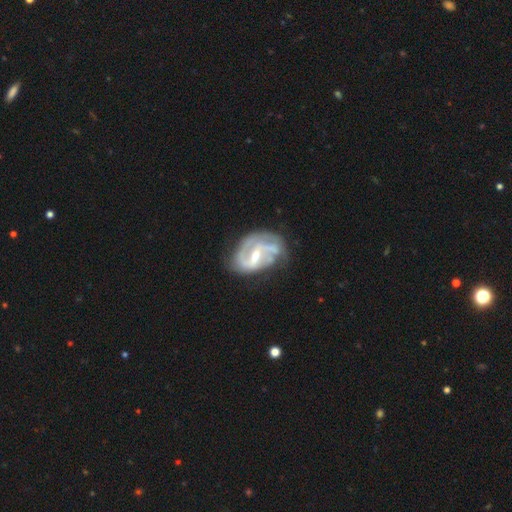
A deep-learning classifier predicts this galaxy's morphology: Smooth or featured?
  - featured or disk: 86% *
  - smooth: 9%
  - star or artifact: 5%
Edge-on disk?
  - no: 98% *
  - yes: 2%
Bar?
  - weak: 48% *
  - strong: 36%
  - no: 16%
Spiral arms?
  - yes: 91% *
  - no: 9%
Spiral winding?
  - medium: 45% *
  - loose: 29%
  - tight: 27%
Spiral arm count?
  - 2: 63% *
  - can't tell: 15%
  - 3: 11%
  - 1: 7%
  - 4: 3%
  - more than 4: 2%
Bulge size?
  - small: 48% *
  - moderate: 45%
  - none: 4%
  - large: 2%
  - dominant: 1%
Merging?
  - none: 50% *
  - minor disturbance: 26%
  - major disturbance: 19%
  - merger: 4%